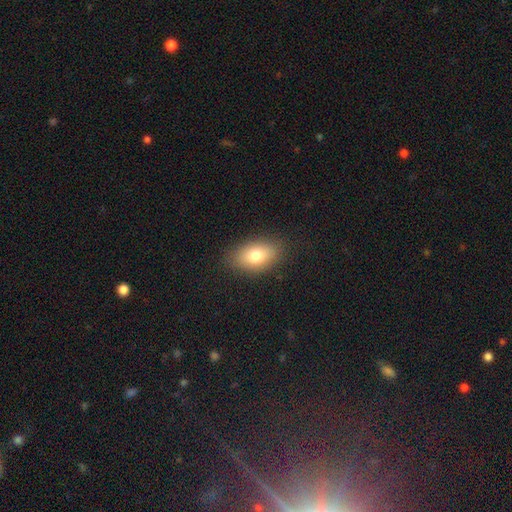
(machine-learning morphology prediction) This is likely a smooth galaxy (79%). How rounded: clearly in between (88%). Merging: clearly none (85%).